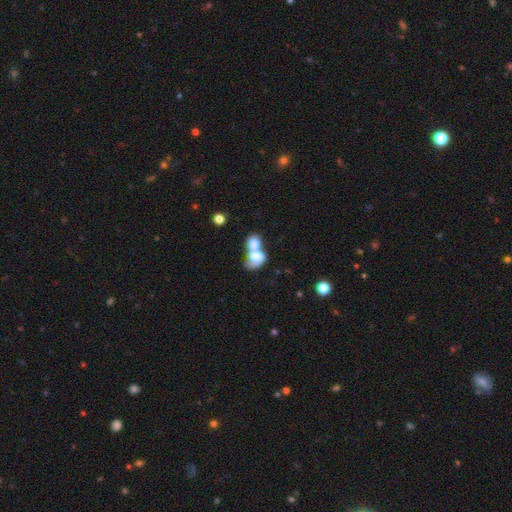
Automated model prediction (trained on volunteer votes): smooth-or-featured: smooth: 66% | featured or disk: 26% | star or artifact: 9%
  how-rounded: in between: 71% | round: 28% | cigar-shaped: 1%
  merging: merger: 78% | none: 10% | major disturbance: 6% | minor disturbance: 5%